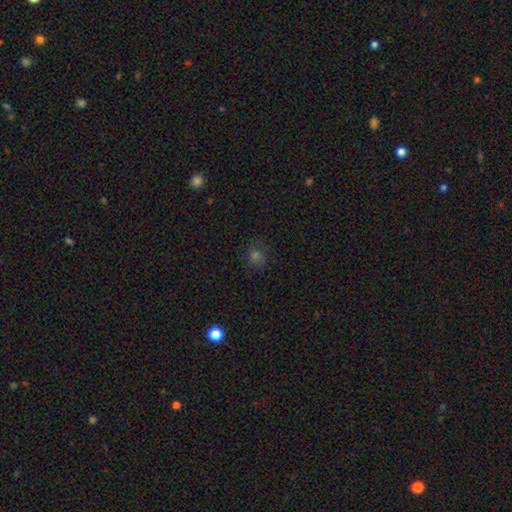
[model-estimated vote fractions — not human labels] Smooth or featured?
  - smooth: 65% *
  - star or artifact: 26%
  - featured or disk: 10%
How rounded?
  - round: 81% *
  - in between: 18%
  - cigar-shaped: 1%
Merging?
  - none: 82% *
  - minor disturbance: 13%
  - major disturbance: 4%
  - merger: 2%